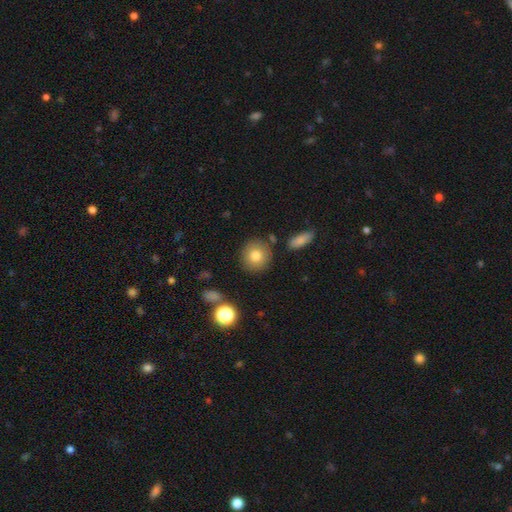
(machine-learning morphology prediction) A smooth galaxy with no disk features (80%) that is round (89%).

Vote fractions:
- Smooth or featured? smooth: 80% / featured or disk: 11% / star or artifact: 9%
- How rounded? round: 89% / in between: 10% / cigar-shaped: 1%
- Merging? none: 84% / minor disturbance: 9% / merger: 4% / major disturbance: 3%